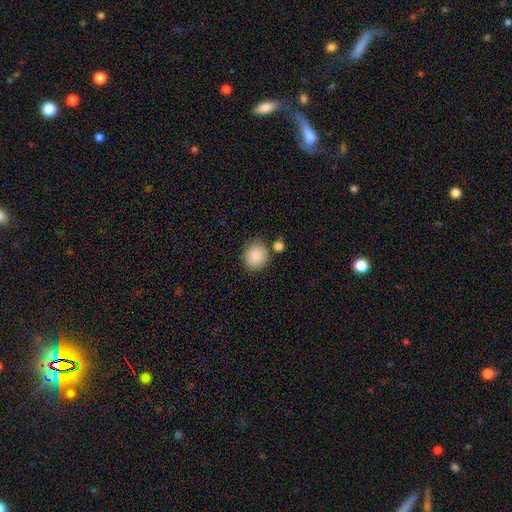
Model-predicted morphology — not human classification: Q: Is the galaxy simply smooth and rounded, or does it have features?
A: smooth — 84%.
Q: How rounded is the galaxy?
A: round — 79%.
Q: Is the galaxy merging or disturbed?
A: none — 77%.